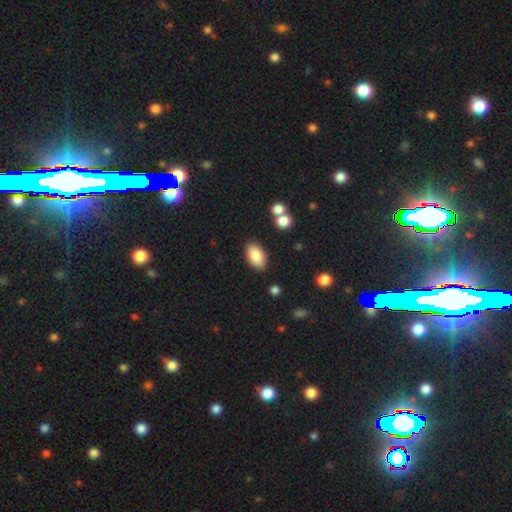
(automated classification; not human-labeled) Q: Smooth or featured?
A: smooth (85%); runner-up: featured or disk (7%)
Q: How rounded?
A: in between (94%); runner-up: round (4%)
Q: Merging?
A: none (85%); runner-up: minor disturbance (10%)